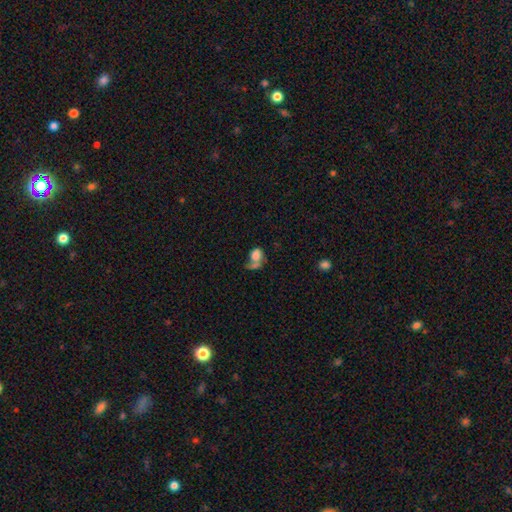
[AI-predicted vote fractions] smooth-or-featured: smooth: 68% | featured or disk: 21% | star or artifact: 11%
  how-rounded: in between: 57% | round: 41% | cigar-shaped: 2%
  merging: merger: 44% | major disturbance: 22% | none: 22% | minor disturbance: 12%